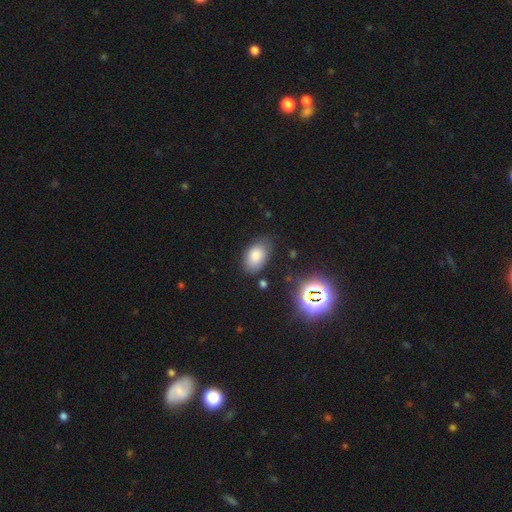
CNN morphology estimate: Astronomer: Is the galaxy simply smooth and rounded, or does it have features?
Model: smooth — 81%.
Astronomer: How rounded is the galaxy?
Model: in between — 90%.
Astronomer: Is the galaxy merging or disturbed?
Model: none — 73%.